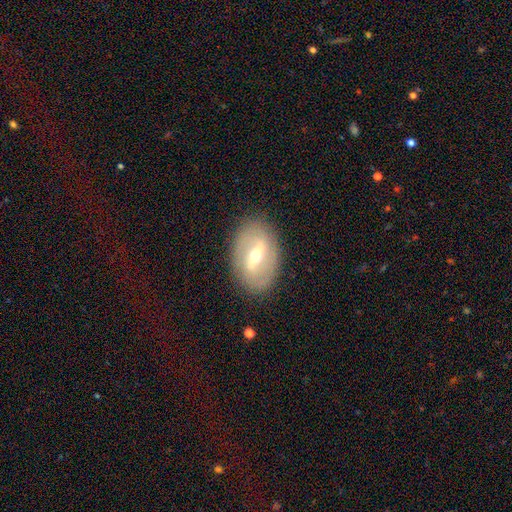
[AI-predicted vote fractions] A featured or disk galaxy (71%) with a strong bar (50%), spiral arms (54%) and a moderate central bulge (61%).

Vote fractions:
- Smooth or featured? featured or disk: 71% / smooth: 23% / star or artifact: 7%
- Edge-on disk? no: 91% / yes: 9%
- Bar? strong: 50% / weak: 39% / no: 11%
- Spiral arms? yes: 54% / no: 46%
- Bulge size? moderate: 61% / small: 33% / large: 4% / dominant: 1% / none: 1%
- Merging? none: 85% / minor disturbance: 10% / major disturbance: 3% / merger: 1%